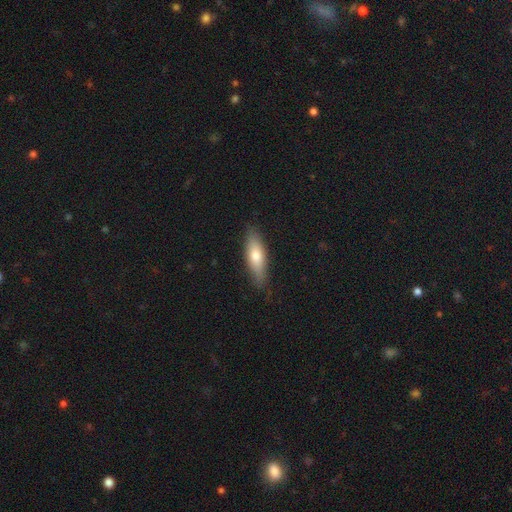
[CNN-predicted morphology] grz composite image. It shows a smooth galaxy with no disk features (67%) that is cigar-shaped (53%). Merging: none (85%).